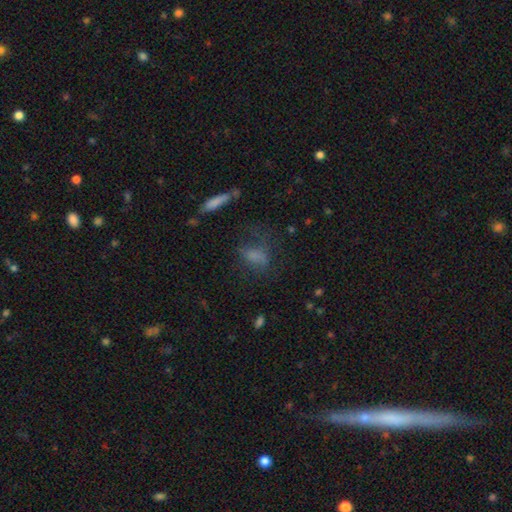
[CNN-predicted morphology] This appears to be a smooth galaxy with no disk features (66%) that is in between round and cigar-shaped (71%). Merging: none (44%).